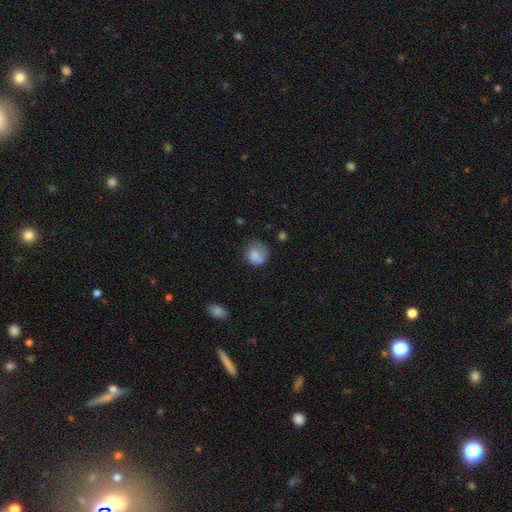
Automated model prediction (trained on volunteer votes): Q: Smooth or featured?
A: smooth (80%); runner-up: featured or disk (11%)
Q: How rounded?
A: round (76%); runner-up: in between (23%)
Q: Merging?
A: none (56%); runner-up: minor disturbance (29%)